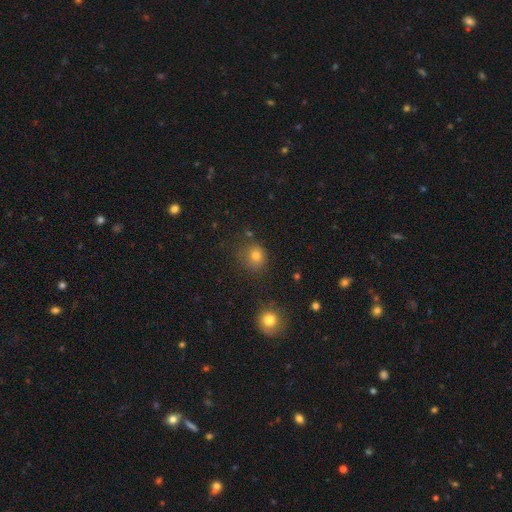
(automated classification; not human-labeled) Q: Smooth or featured?
A: smooth (77%); runner-up: star or artifact (17%)
Q: How rounded?
A: round (83%); runner-up: in between (16%)
Q: Merging?
A: none (75%); runner-up: minor disturbance (15%)